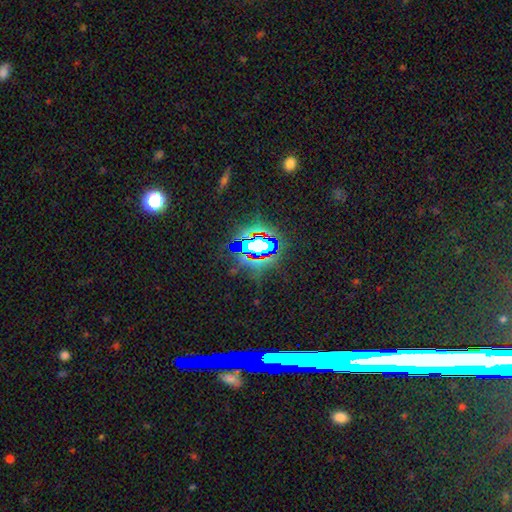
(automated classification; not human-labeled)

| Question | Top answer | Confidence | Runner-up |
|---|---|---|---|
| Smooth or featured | star or artifact | 73% | smooth (15%) |